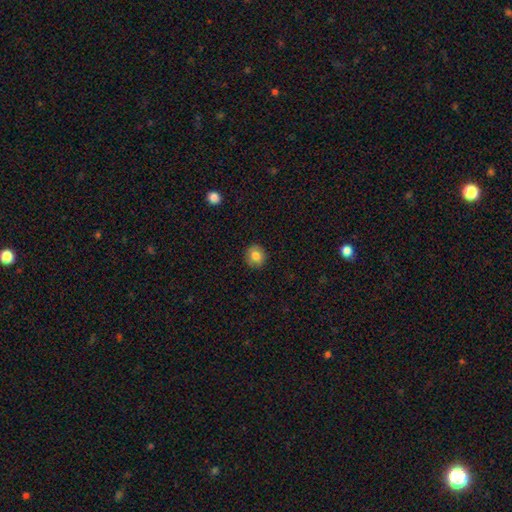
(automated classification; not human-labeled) Smooth or featured? Predicted: smooth (p=0.82). How rounded? Predicted: round (p=0.81). Merging? Predicted: none (p=0.90).